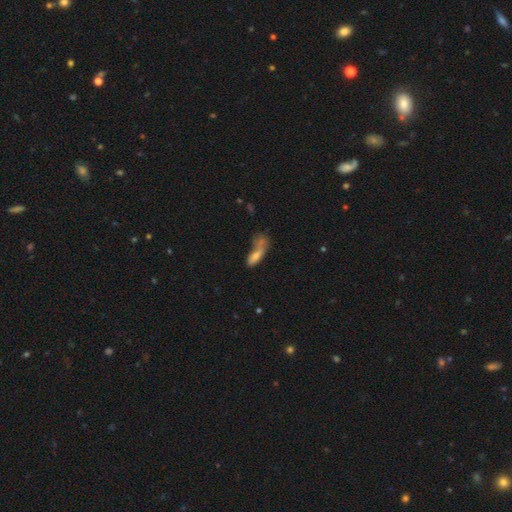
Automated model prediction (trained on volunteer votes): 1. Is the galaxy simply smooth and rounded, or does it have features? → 60% smooth, 25% featured or disk, 15% star or artifact.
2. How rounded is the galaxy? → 51% in between, 44% cigar-shaped, 5% round.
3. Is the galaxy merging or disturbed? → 39% merger, 26% none, 21% major disturbance, 14% minor disturbance.